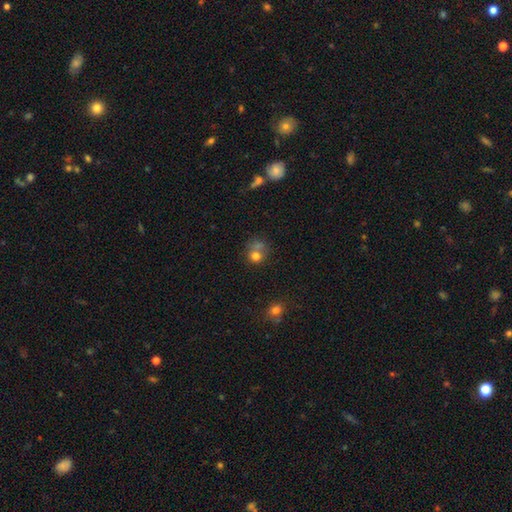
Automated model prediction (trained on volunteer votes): smooth-or-featured: smooth: 72% | featured or disk: 14% | star or artifact: 14%
  how-rounded: round: 77% | in between: 22% | cigar-shaped: 1%
  merging: none: 38% | merger: 37% | minor disturbance: 14% | major disturbance: 11%